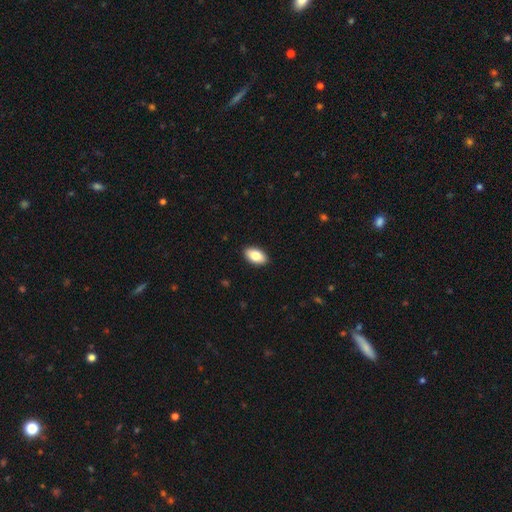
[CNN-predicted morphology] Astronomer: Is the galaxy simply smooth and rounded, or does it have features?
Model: smooth — 83%.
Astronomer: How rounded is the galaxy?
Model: in between — 93%.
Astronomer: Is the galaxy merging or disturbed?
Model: none — 90%.